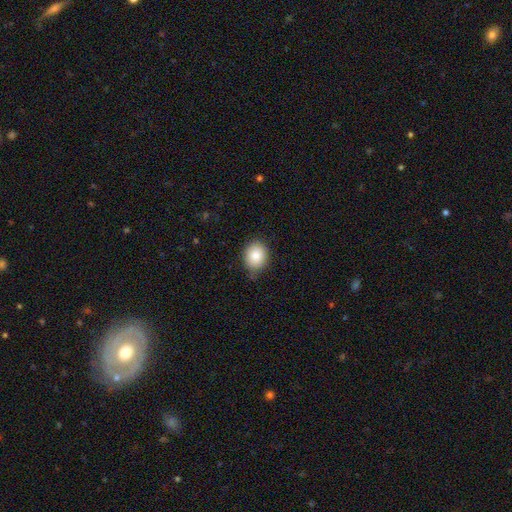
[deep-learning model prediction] smooth_or_featured: smooth (p=0.85) [alt: star or artifact p=0.08]
how_rounded: round (p=0.56) [alt: in between p=0.43]
merging: none (p=0.77) [alt: minor disturbance p=0.19]